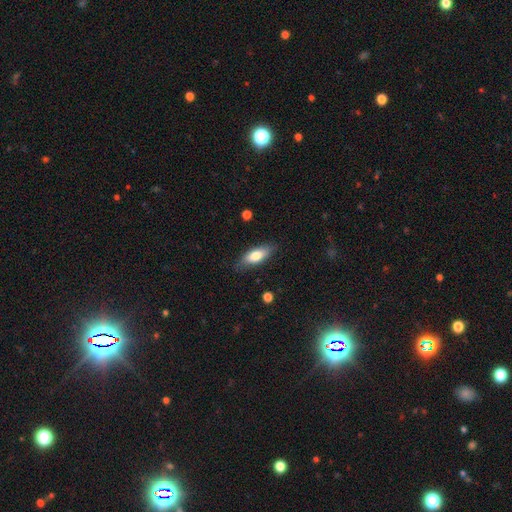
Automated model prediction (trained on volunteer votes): A smooth galaxy with no disk features (75%) that is in between round and cigar-shaped (70%). Merging: none (81%).